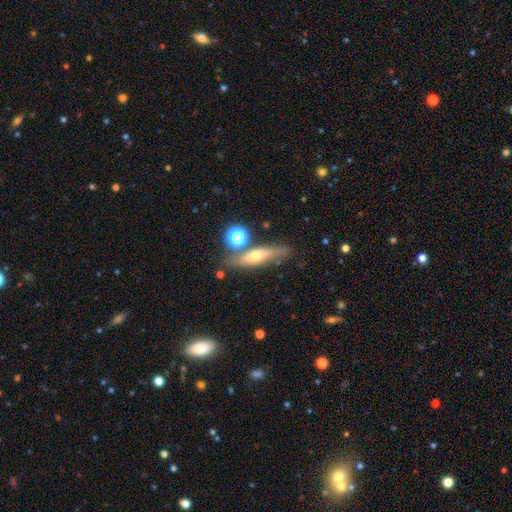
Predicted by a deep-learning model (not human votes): Smooth or featured?
  - featured or disk: 47% *
  - smooth: 43%
  - star or artifact: 10%
Merging?
  - none: 72% *
  - minor disturbance: 14%
  - merger: 9%
  - major disturbance: 5%